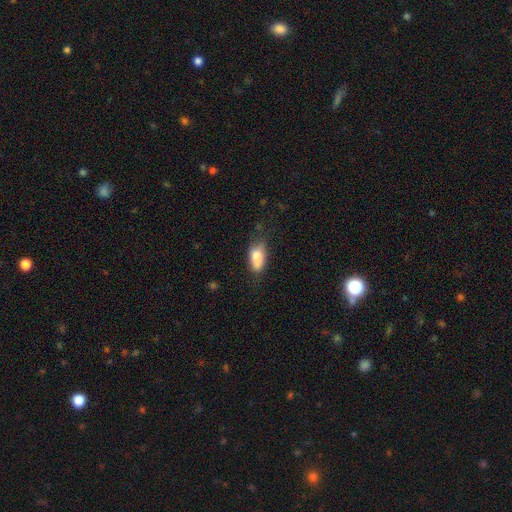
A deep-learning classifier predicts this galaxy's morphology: Smooth or featured? smooth (80%)
How rounded? in between (87%)
Merging? none (51%)